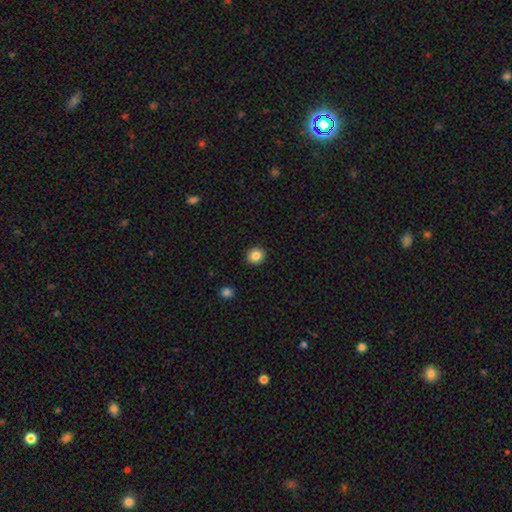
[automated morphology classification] A smooth galaxy with no disk features (86%) that is round (88%).

Vote fractions:
- Smooth or featured? smooth: 86% / star or artifact: 10% / featured or disk: 4%
- How rounded? round: 88% / in between: 11% / cigar-shaped: 1%
- Merging? none: 92% / minor disturbance: 5% / major disturbance: 2% / merger: 1%